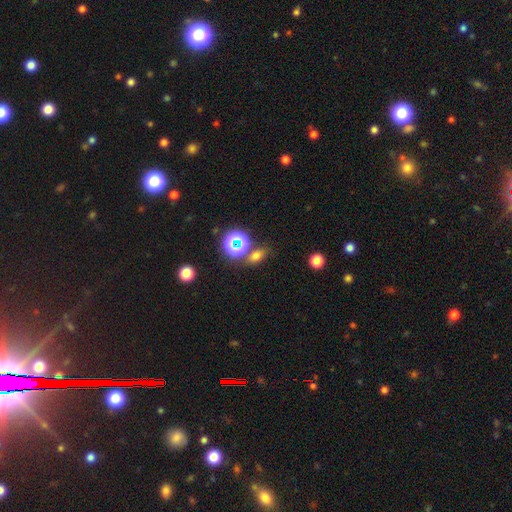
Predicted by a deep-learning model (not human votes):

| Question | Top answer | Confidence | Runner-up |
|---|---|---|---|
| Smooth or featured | smooth | 63% | star or artifact (27%) |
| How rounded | in between | 68% | round (28%) |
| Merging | none | 69% | merger (14%) |